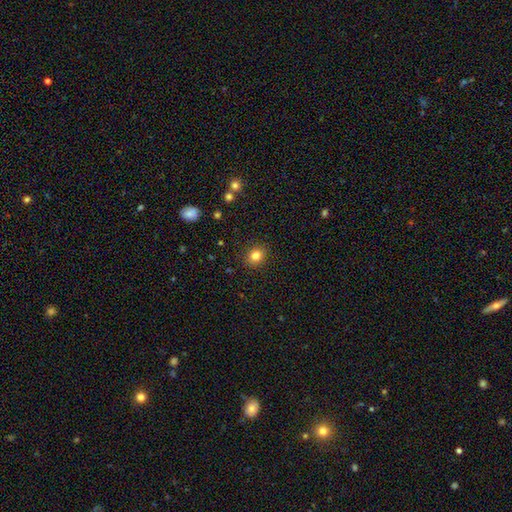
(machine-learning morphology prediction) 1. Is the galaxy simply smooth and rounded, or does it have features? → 82% smooth, 12% star or artifact, 6% featured or disk.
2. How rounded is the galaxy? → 76% round, 23% in between, 1% cigar-shaped.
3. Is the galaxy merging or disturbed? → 90% none, 7% minor disturbance, 2% major disturbance, 1% merger.